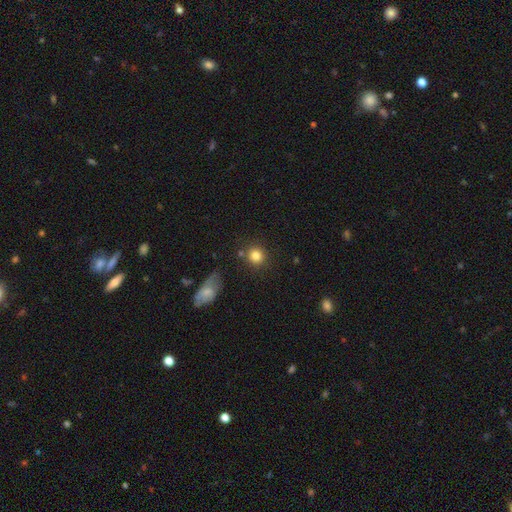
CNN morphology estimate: The model was most divided on "merging": none: 80%, minor disturbance: 9%, merger: 7%, major disturbance: 4%. More confident: how rounded — round (90%); smooth or featured — smooth (82%).